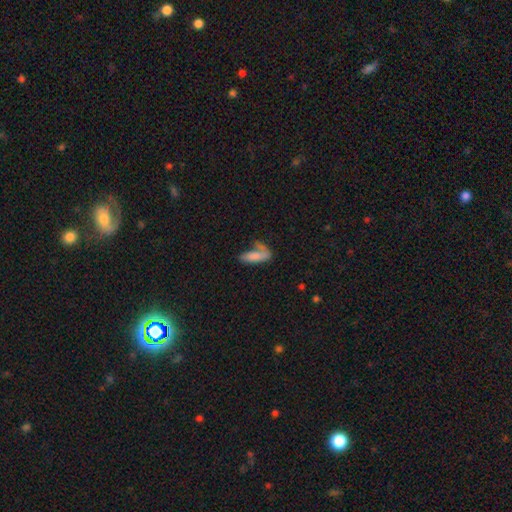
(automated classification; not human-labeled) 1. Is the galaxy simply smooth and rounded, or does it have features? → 75% smooth, 17% featured or disk, 8% star or artifact.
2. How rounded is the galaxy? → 57% in between, 40% cigar-shaped, 3% round.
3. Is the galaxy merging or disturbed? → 40% none, 25% merger, 19% minor disturbance, 16% major disturbance.